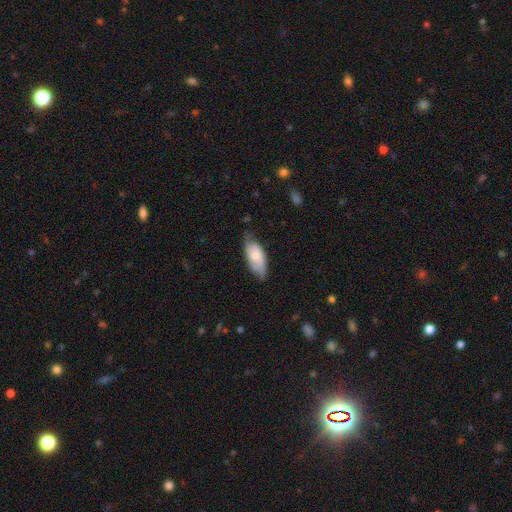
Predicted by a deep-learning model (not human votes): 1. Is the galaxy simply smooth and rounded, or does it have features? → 74% smooth, 21% featured or disk, 6% star or artifact.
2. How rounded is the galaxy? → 85% in between, 13% cigar-shaped, 2% round.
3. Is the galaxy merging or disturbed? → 57% none, 34% minor disturbance, 7% major disturbance, 2% merger.